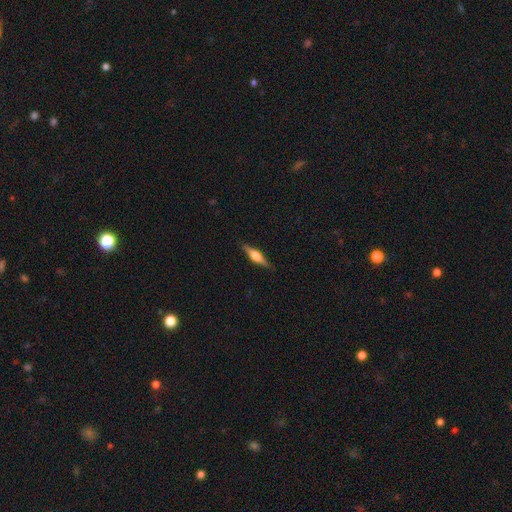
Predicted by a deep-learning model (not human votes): Smooth or featured?
  - featured or disk: 64% *
  - smooth: 30%
  - star or artifact: 6%
Edge-on disk?
  - yes: 97% *
  - no: 3%
Edge-on bulge?
  - rounded: 88% *
  - boxy: 9%
  - none: 2%
Merging?
  - none: 89% *
  - minor disturbance: 9%
  - major disturbance: 2%
  - merger: 1%